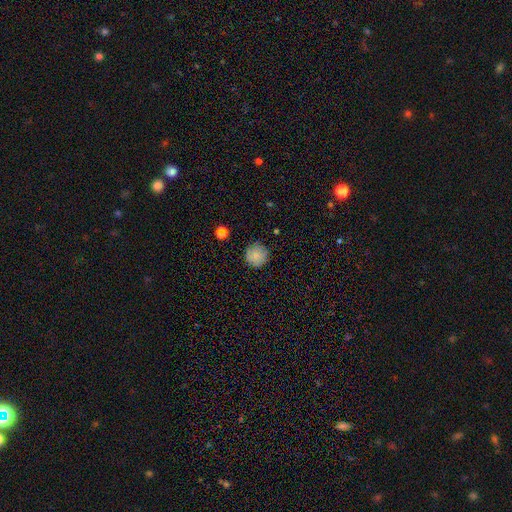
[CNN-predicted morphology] Smooth or featured? smooth (84%)
How rounded? round (95%)
Merging? none (86%)